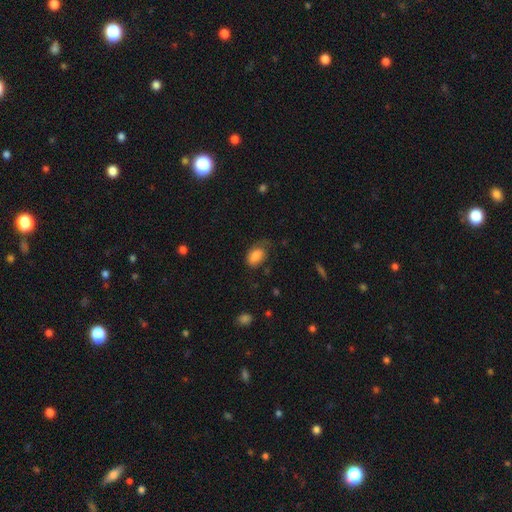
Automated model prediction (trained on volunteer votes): Smooth or featured?
  - smooth: 79% *
  - featured or disk: 13%
  - star or artifact: 8%
How rounded?
  - in between: 87% *
  - round: 11%
  - cigar-shaped: 1%
Merging?
  - none: 51% *
  - minor disturbance: 30%
  - major disturbance: 17%
  - merger: 2%